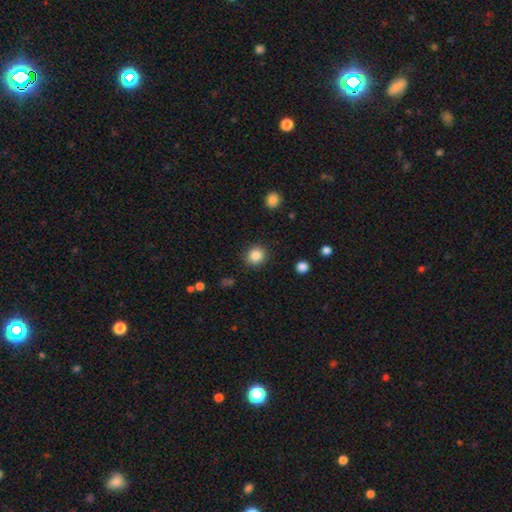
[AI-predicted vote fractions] smooth-or-featured: smooth: 86% | star or artifact: 10% | featured or disk: 4%
  how-rounded: round: 89% | in between: 11% | cigar-shaped: 1%
  merging: none: 90% | minor disturbance: 7% | major disturbance: 2% | merger: 1%